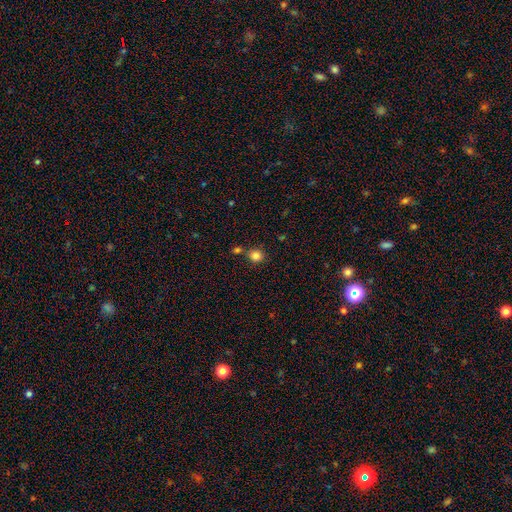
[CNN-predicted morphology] A smooth galaxy with no disk features (84%) that is round (82%). Merging: none (71%).